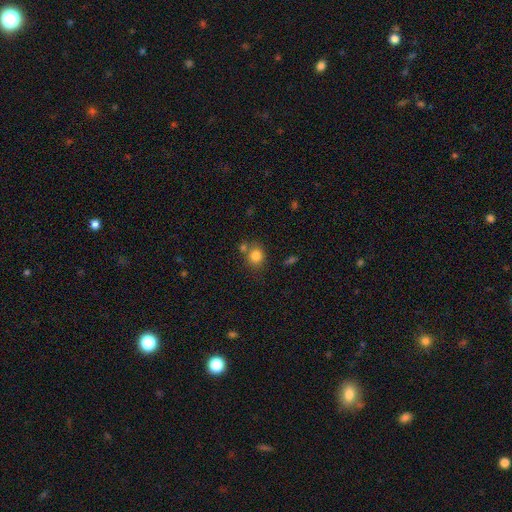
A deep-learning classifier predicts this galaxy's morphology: smooth-or-featured: smooth: 82% | star or artifact: 11% | featured or disk: 7%
  how-rounded: round: 79% | in between: 20% | cigar-shaped: 1%
  merging: none: 66% | merger: 18% | minor disturbance: 12% | major disturbance: 4%